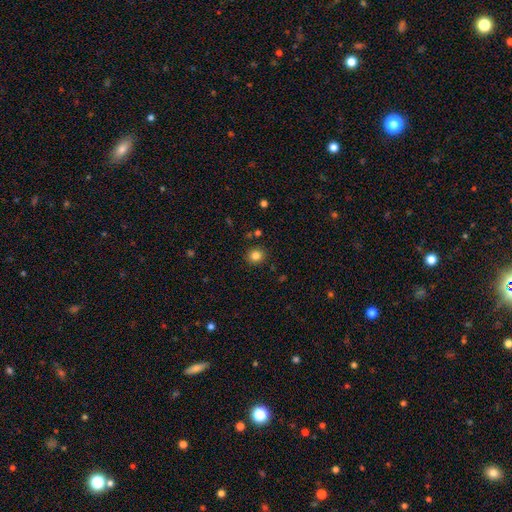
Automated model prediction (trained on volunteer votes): Overall: smooth (83%). How rounded: round (85%). Merging: none (89%).